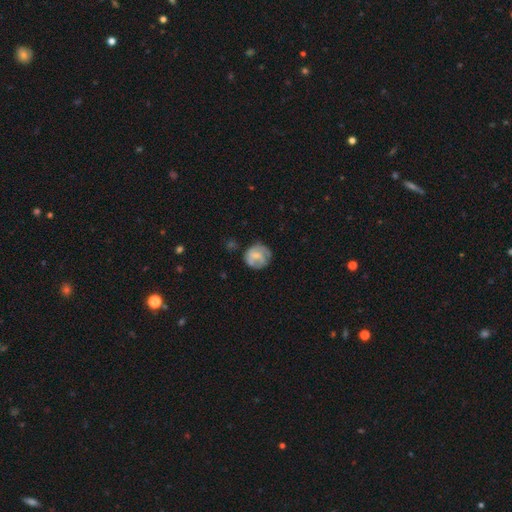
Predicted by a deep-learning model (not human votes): Smooth or featured?
  - featured or disk: 48% *
  - smooth: 45%
  - star or artifact: 7%
Merging?
  - none: 61% *
  - minor disturbance: 24%
  - major disturbance: 12%
  - merger: 3%